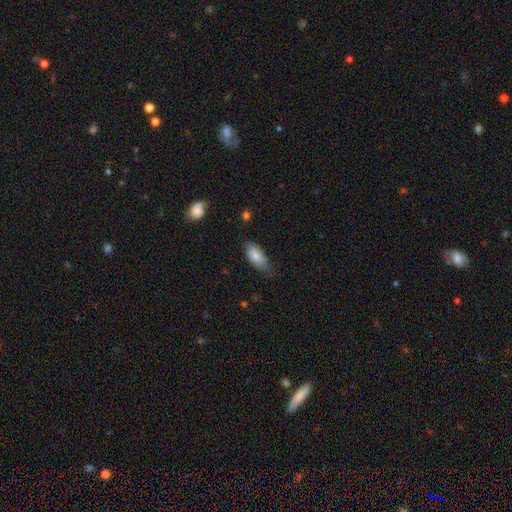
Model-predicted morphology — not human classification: type=smooth (78%); roundness=in between (90%); merging=none (58%).